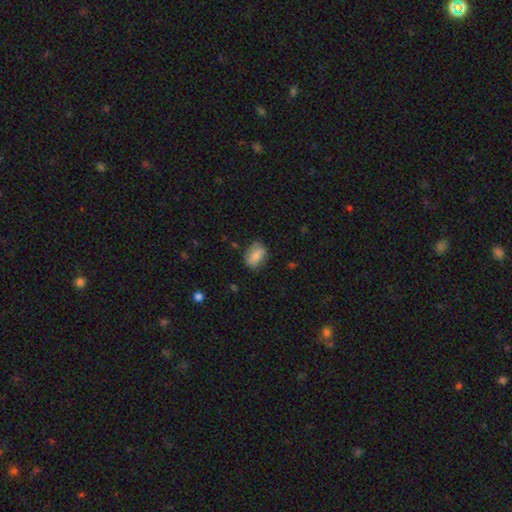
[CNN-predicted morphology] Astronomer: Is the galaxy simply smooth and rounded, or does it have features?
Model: smooth — 78%.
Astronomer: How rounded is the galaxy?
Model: in between — 80%.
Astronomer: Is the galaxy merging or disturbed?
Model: none — 75%.